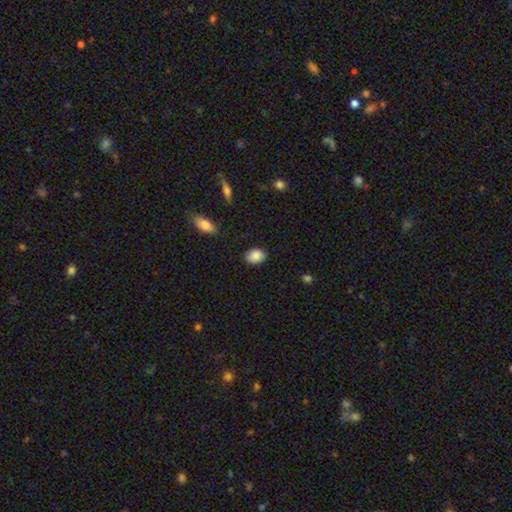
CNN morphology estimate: A smooth galaxy with no disk features (88%) that is in between round and cigar-shaped (75%).

Vote fractions:
- Smooth or featured? smooth: 88% / star or artifact: 7% / featured or disk: 4%
- How rounded? in between: 75% / round: 24% / cigar-shaped: 1%
- Merging? none: 84% / minor disturbance: 12% / major disturbance: 3% / merger: 1%